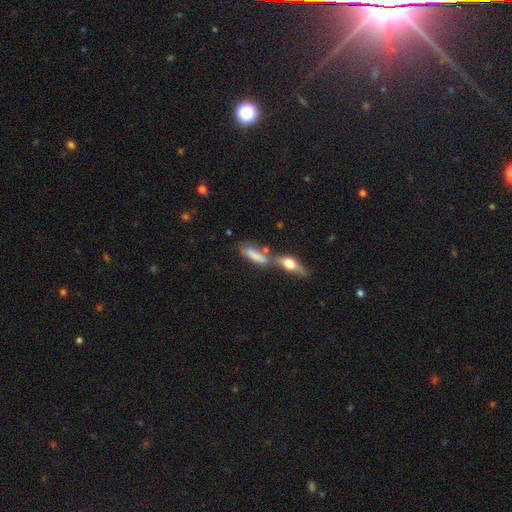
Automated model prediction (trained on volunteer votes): smooth-or-featured: smooth: 70% | featured or disk: 21% | star or artifact: 8%
  how-rounded: cigar-shaped: 49% | in between: 48% | round: 3%
  merging: merger: 48% | none: 32% | minor disturbance: 12% | major disturbance: 7%